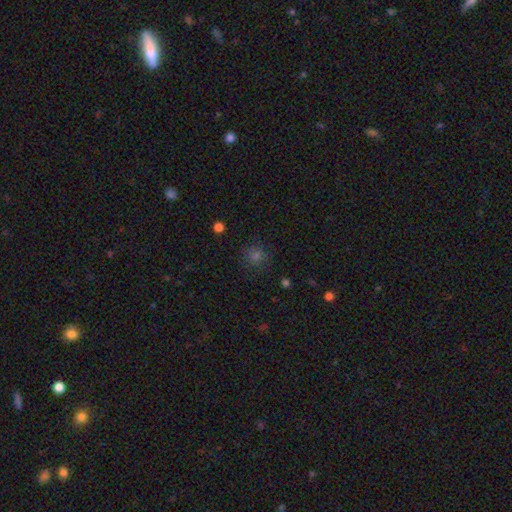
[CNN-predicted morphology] A smooth galaxy with no disk features (69%) that is round (93%). Merging: none (88%).